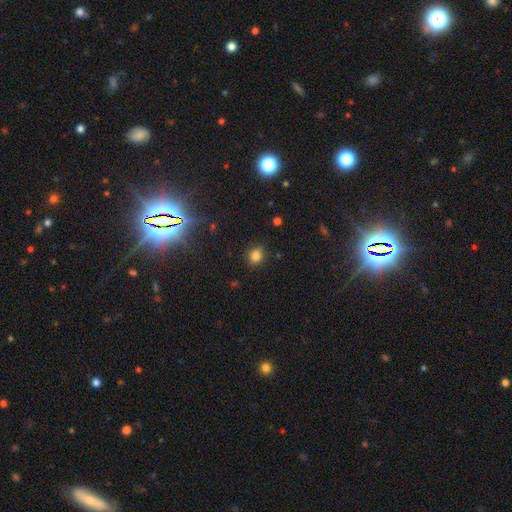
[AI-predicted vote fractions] The model was most divided on "how rounded": round: 52%, in between: 46%, cigar-shaped: 1%. More confident: merging — none (83%); smooth or featured — smooth (80%).